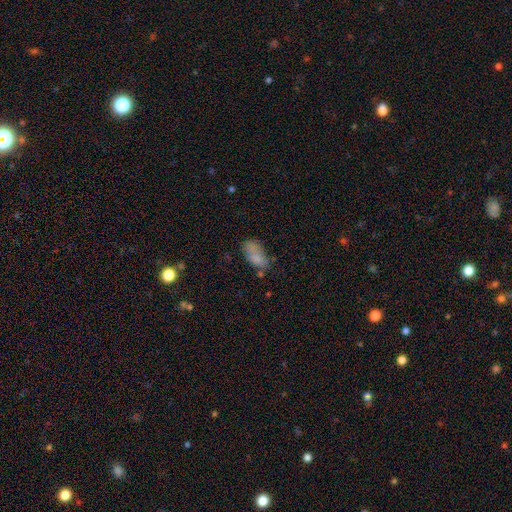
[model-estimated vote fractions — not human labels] smooth-or-featured: smooth: 75% | featured or disk: 13% | star or artifact: 12%
  how-rounded: in between: 89% | cigar-shaped: 6% | round: 4%
  merging: none: 45% | minor disturbance: 30% | major disturbance: 17% | merger: 8%